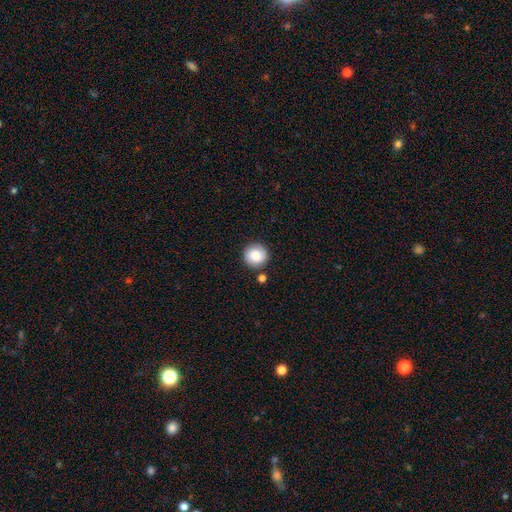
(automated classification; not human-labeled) Overall: smooth (84%). How rounded: round (94%). Merging: none (85%).